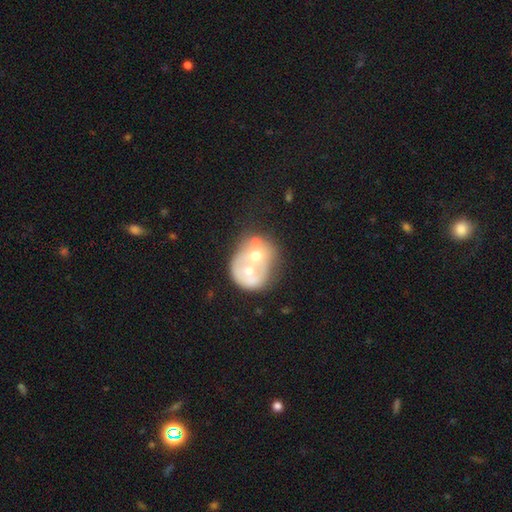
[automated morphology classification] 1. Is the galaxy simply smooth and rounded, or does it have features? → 53% featured or disk, 38% smooth, 10% star or artifact.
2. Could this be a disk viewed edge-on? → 97% no, 3% yes.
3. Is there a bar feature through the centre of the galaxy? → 92% no, 6% weak, 2% strong.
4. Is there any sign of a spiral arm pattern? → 91% no, 9% yes.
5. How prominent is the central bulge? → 66% moderate, 19% small, 8% none, 5% large, 2% dominant.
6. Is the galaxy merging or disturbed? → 70% merger, 16% none, 8% minor disturbance, 6% major disturbance.